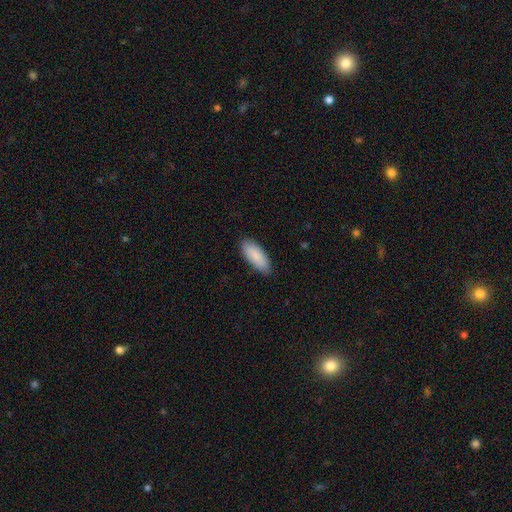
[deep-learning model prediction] This appears to be a smooth galaxy with no disk features (88%) that is in between round and cigar-shaped (79%). Merging: none (84%).